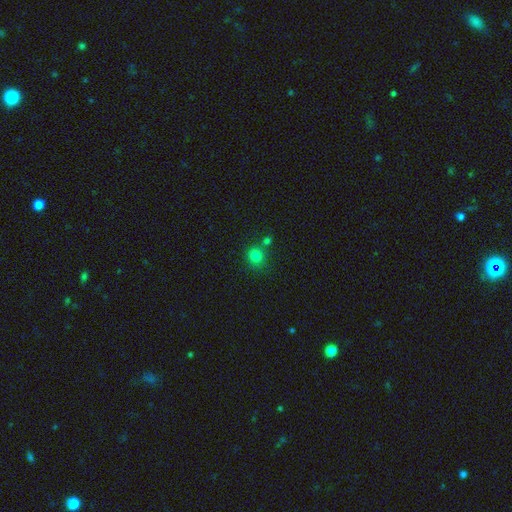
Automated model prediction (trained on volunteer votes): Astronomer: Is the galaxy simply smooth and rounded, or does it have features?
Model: smooth — 80%.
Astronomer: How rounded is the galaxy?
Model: round — 87%.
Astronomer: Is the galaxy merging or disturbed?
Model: none — 69%.